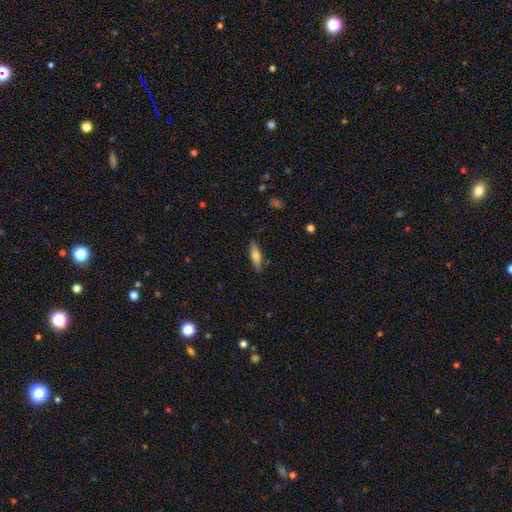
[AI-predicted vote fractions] The model was most divided on "how rounded": cigar-shaped: 53%, in between: 45%, round: 2%. More confident: merging — none (82%); smooth or featured — smooth (65%).